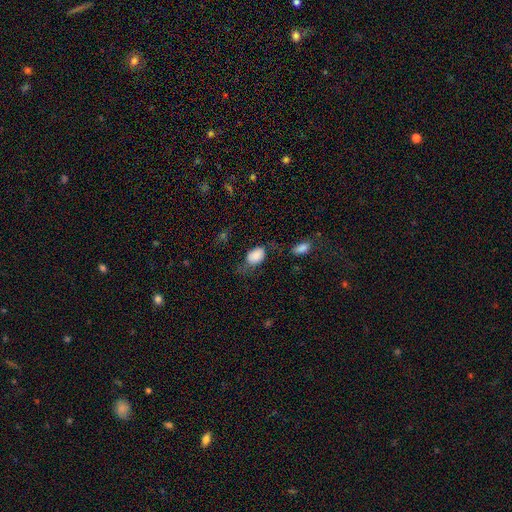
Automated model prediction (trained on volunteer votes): smooth 80%, featured or disk 12%, star or artifact 8%. Down the decision tree: how rounded — in between (85%); merging — none (40%).